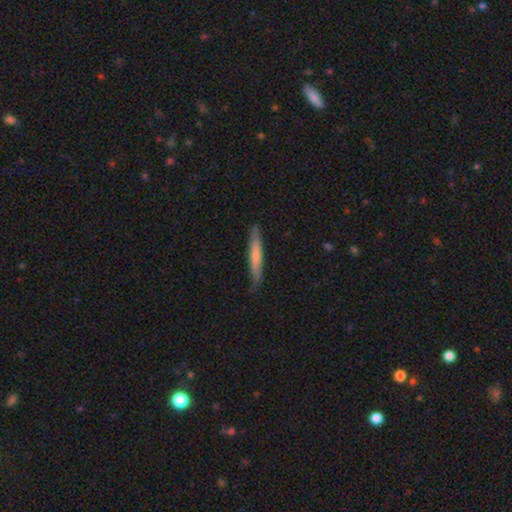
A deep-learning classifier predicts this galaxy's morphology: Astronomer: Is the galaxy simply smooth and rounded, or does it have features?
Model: smooth — 65%.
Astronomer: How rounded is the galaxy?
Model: cigar-shaped — 94%.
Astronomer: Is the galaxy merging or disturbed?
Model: none — 83%.